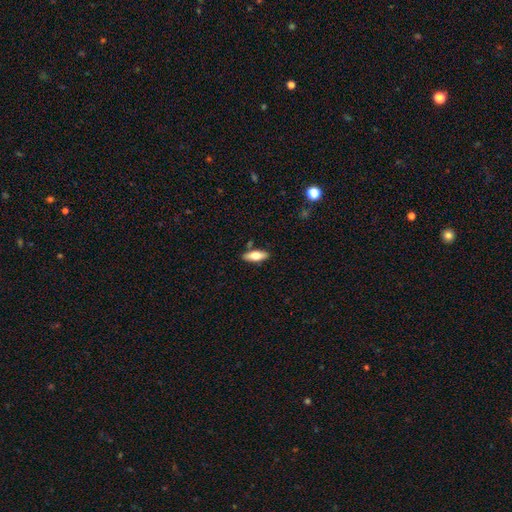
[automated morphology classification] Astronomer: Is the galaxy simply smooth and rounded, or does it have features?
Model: smooth — 65%.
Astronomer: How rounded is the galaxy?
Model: in between — 67%.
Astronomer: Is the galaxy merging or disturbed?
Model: none — 85%.